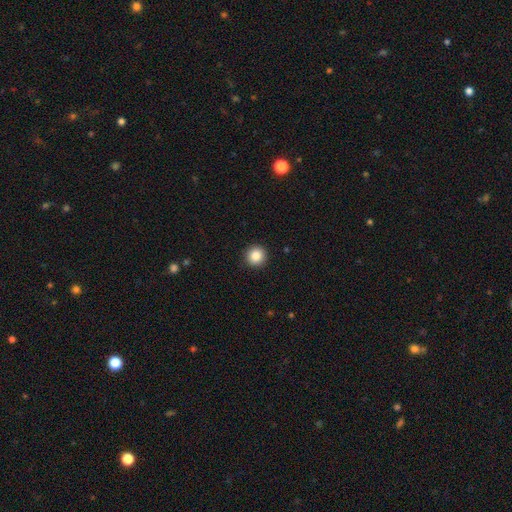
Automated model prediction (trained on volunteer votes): smooth-or-featured: smooth: 86% | star or artifact: 10% | featured or disk: 5%
  how-rounded: round: 95% | in between: 4% | cigar-shaped: 1%
  merging: none: 92% | minor disturbance: 5% | major disturbance: 2% | merger: 1%